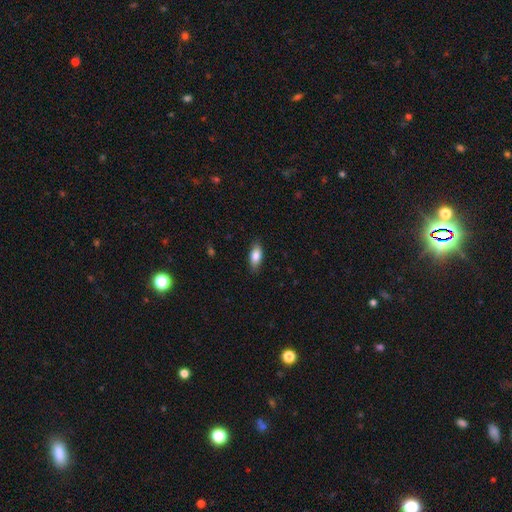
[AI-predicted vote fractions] A smooth galaxy with no disk features (83%) that is in between round and cigar-shaped (85%). Merging: none (85%).